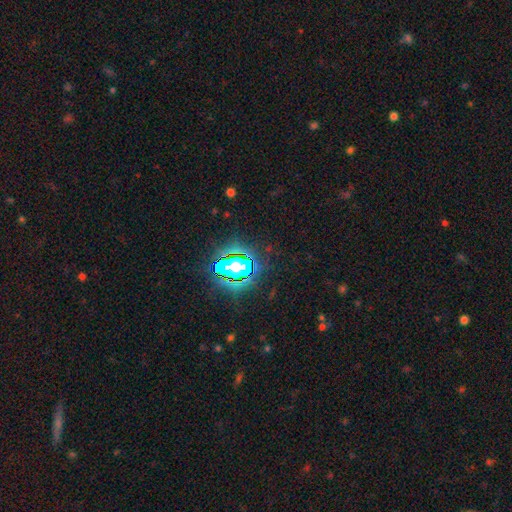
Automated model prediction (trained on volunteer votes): smooth-or-featured: star or artifact: 83% | smooth: 10% | featured or disk: 7%